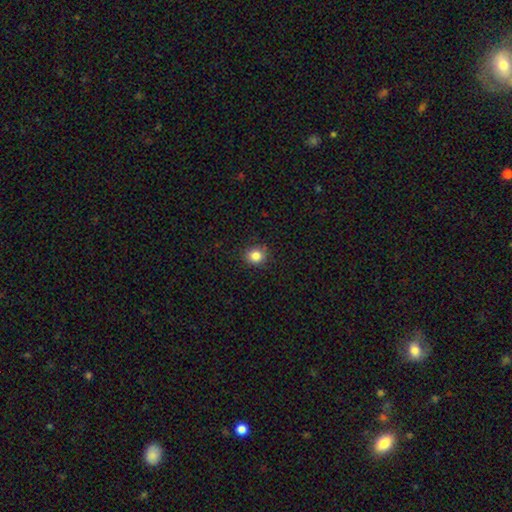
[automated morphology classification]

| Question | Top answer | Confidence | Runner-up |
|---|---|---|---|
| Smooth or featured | smooth | 84% | star or artifact (11%) |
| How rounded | round | 81% | in between (18%) |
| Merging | none | 88% | minor disturbance (9%) |